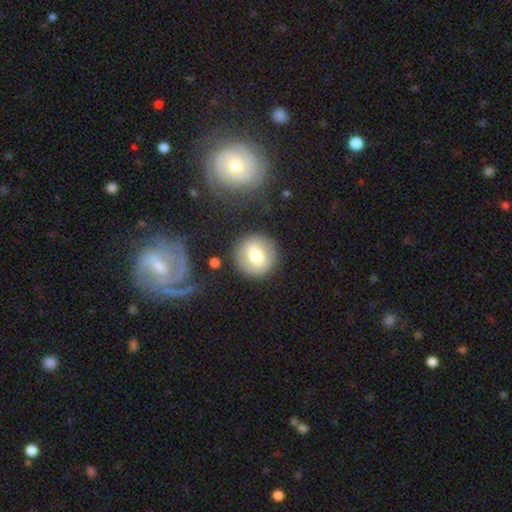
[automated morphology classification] type=smooth (64%); roundness=round (92%); merging=none (87%).